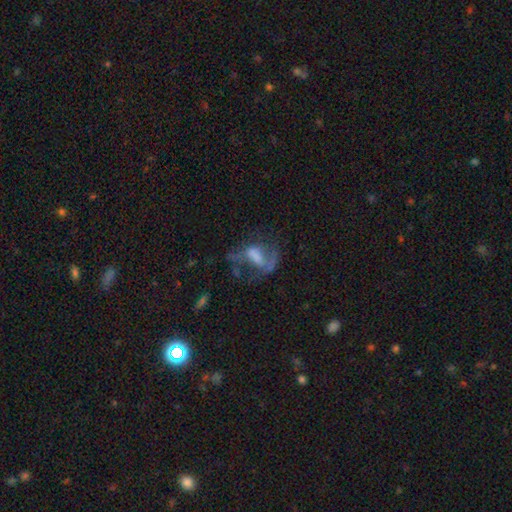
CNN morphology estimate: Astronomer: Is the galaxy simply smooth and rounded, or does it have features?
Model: featured or disk — 59%.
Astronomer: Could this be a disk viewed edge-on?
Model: no — 93%.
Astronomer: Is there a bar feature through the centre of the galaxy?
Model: no — 38% (runner-up: weak, 37%).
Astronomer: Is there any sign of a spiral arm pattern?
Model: yes — 56% (runner-up: no, 44%).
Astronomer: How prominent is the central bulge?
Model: none — 35% (runner-up: moderate, 25%).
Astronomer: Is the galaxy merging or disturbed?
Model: major disturbance — 41% (runner-up: none, 37%).